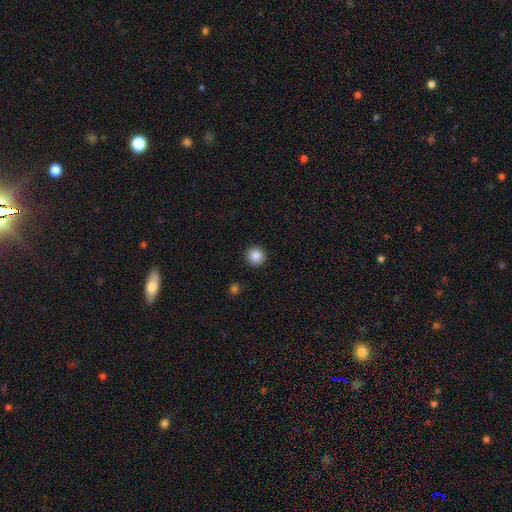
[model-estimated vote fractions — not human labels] Morphology: type=smooth (86%); roundness=round (95%); merging=none (92%).